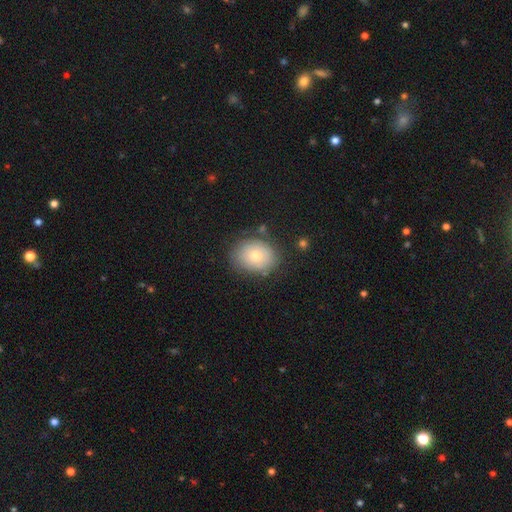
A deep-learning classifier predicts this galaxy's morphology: The model was most divided on "how rounded": in between: 54%, round: 45%, cigar-shaped: 1%. More confident: merging — none (76%); smooth or featured — smooth (69%).